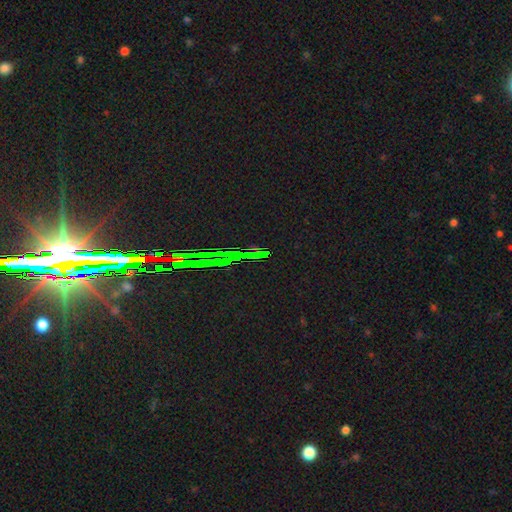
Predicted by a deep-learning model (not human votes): Smooth or featured? Predicted: star or artifact (p=0.82).